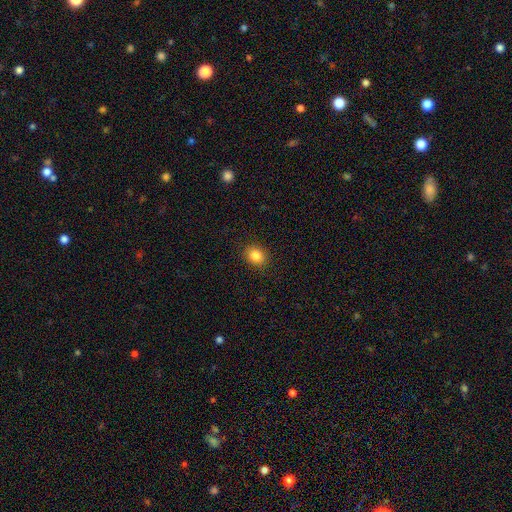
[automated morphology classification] Smooth or featured? Predicted: smooth (p=0.84). How rounded? Predicted: round (p=0.66). Merging? Predicted: none (p=0.89).